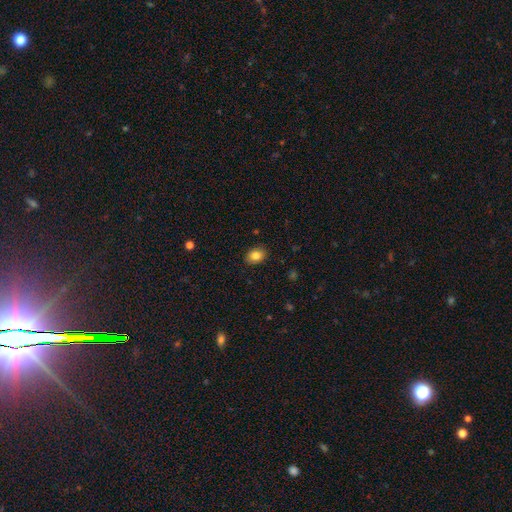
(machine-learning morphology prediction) smooth 84%, star or artifact 9%, featured or disk 8%. Down the decision tree: how rounded — in between (66%); merging — none (89%).